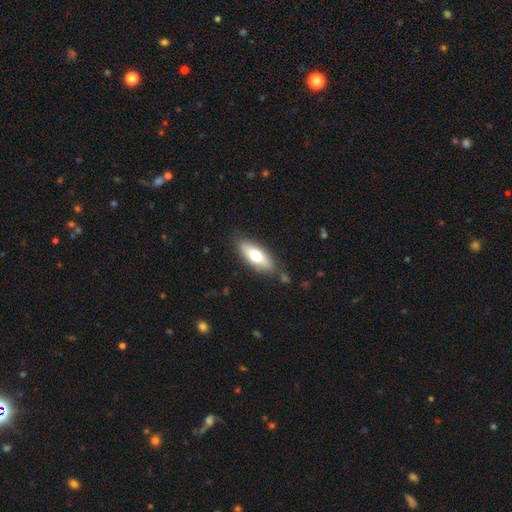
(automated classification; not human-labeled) A smooth galaxy with no disk features (64%) that is in between round and cigar-shaped (67%). Merging: none (79%).